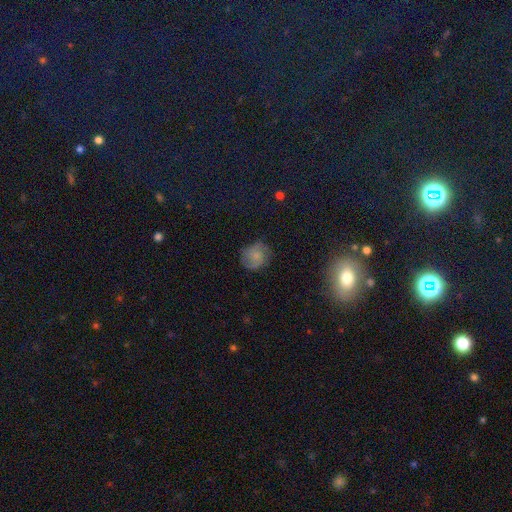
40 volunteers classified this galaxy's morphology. Q: Smooth or featured?
A: smooth (48%); runner-up: featured or disk (42%)
Q: How rounded?
A: round (84%); runner-up: in between (16%)
Q: Merging?
A: none (75%); runner-up: minor disturbance (22%)